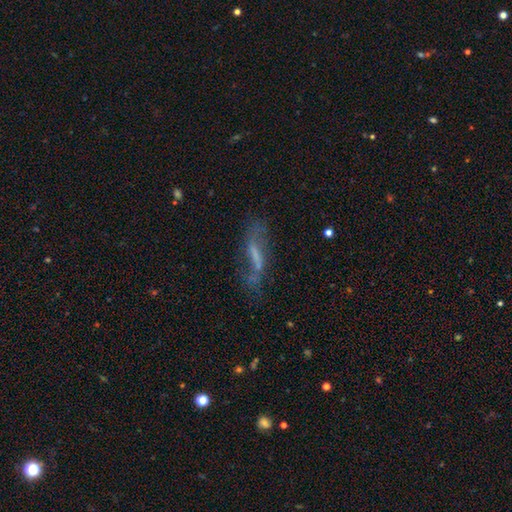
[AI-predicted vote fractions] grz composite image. It shows a featured or disk galaxy (60%). Merging: none (53%).